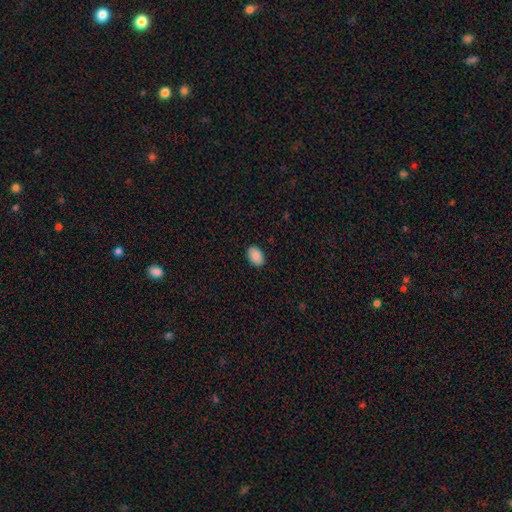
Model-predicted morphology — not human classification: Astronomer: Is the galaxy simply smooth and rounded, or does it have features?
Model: smooth — 89%.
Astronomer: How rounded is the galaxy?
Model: in between — 85%.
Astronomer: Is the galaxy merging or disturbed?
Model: none — 88%.